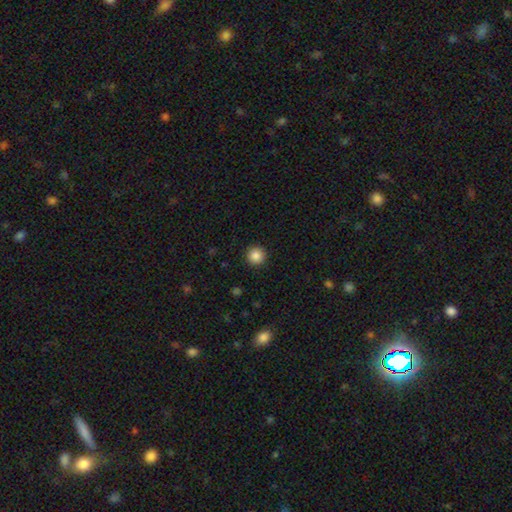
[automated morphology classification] Q: Smooth or featured?
A: smooth (87%); runner-up: star or artifact (10%)
Q: How rounded?
A: round (96%); runner-up: in between (3%)
Q: Merging?
A: none (92%); runner-up: minor disturbance (5%)